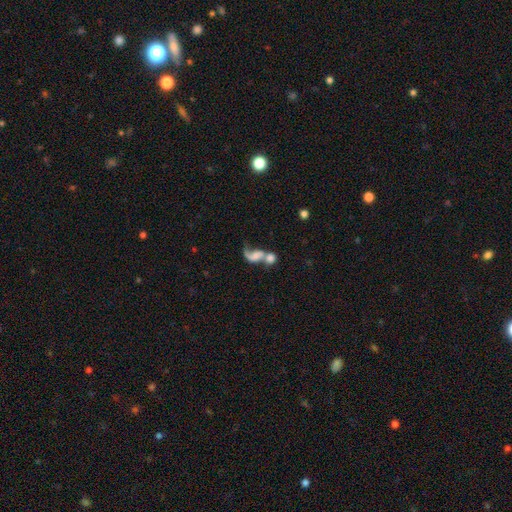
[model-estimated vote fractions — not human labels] smooth-or-featured: featured or disk: 46% | smooth: 42% | star or artifact: 11%
  merging: merger: 63% | major disturbance: 17% | none: 14% | minor disturbance: 7%